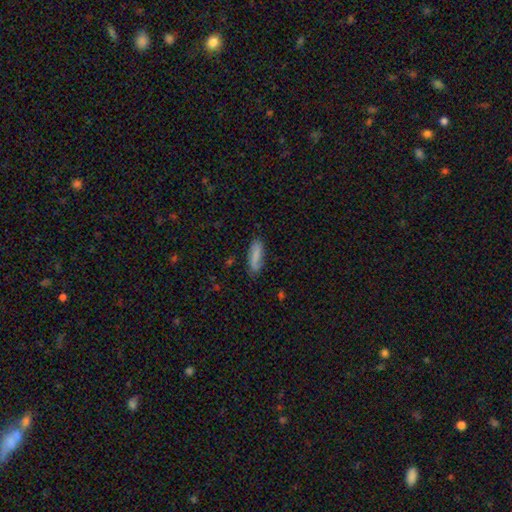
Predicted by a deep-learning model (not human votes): This is clearly a smooth galaxy (81%). How rounded: possibly in between (51%). Merging: likely none (76%).